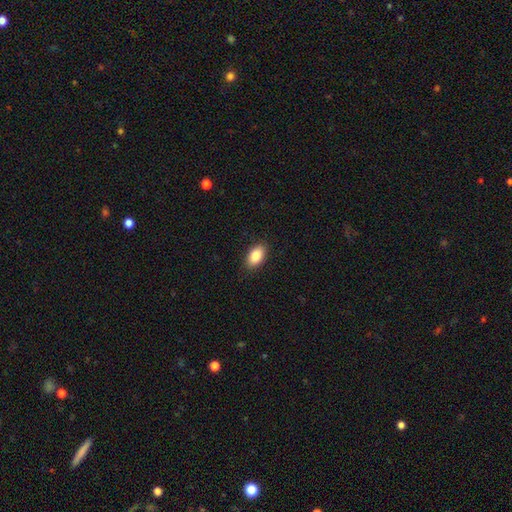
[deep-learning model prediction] Smooth or featured: smooth — 86% (star or artifact — 7%)
How rounded: in between — 92% (round — 5%)
Merging: none — 88% (minor disturbance — 9%)